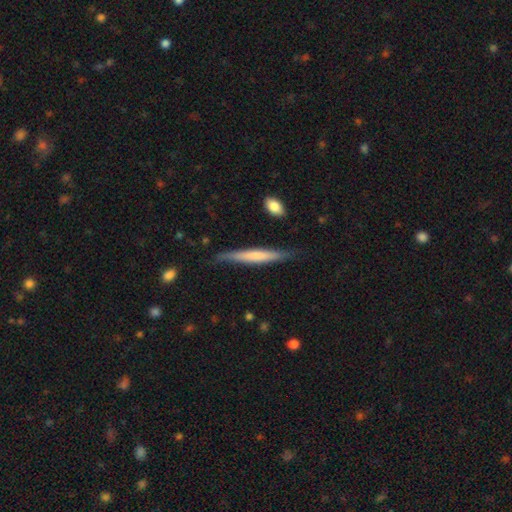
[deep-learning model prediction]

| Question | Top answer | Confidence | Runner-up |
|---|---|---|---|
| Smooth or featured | smooth | 51% | featured or disk (43%) |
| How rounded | cigar-shaped | 94% | in between (4%) |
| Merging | none | 79% | minor disturbance (16%) |